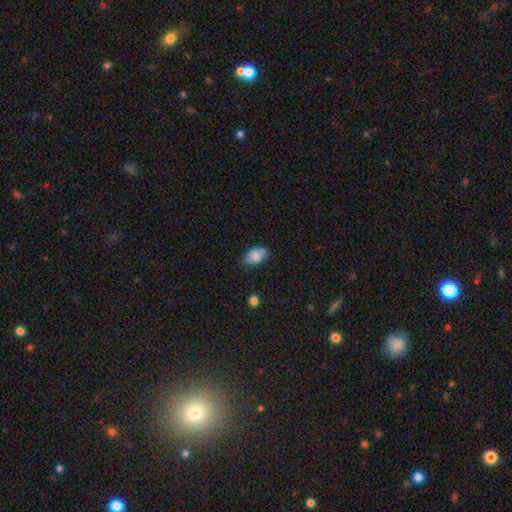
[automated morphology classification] A smooth galaxy with no disk features (83%) that is in between round and cigar-shaped (90%). Merging: none (76%).